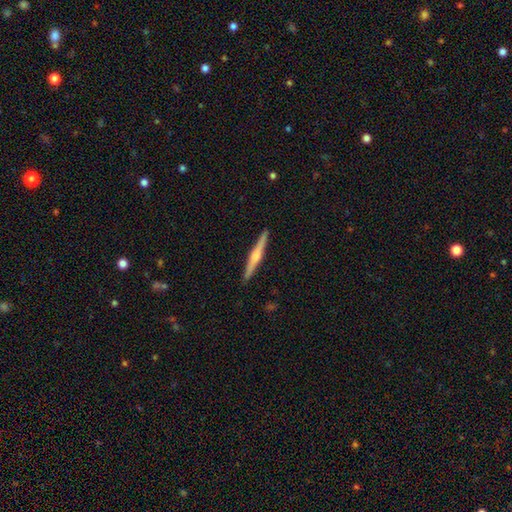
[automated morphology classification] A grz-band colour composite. It shows a featured or disk galaxy (65%) viewed edge-on (98%) with a rounded central bulge (78%). Merging: none (92%).